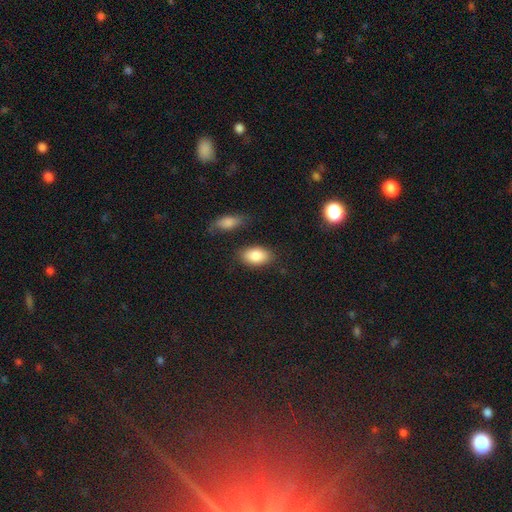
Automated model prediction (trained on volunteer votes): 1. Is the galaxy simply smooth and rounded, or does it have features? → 86% smooth, 7% featured or disk, 7% star or artifact.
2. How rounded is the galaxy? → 91% in between, 6% round, 2% cigar-shaped.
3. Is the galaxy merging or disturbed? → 79% none, 12% minor disturbance, 5% merger, 4% major disturbance.